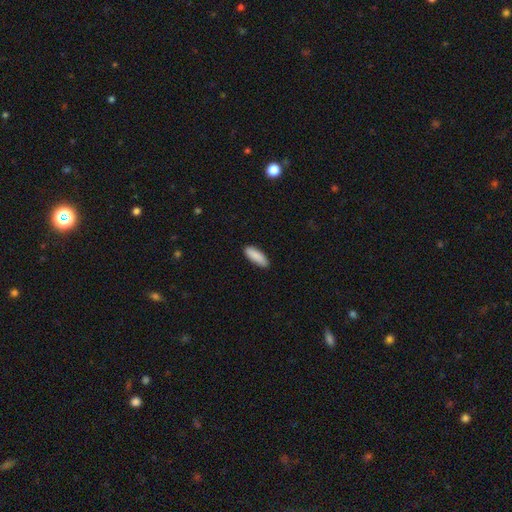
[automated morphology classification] Q: Smooth or featured?
A: smooth (90%); runner-up: star or artifact (6%)
Q: How rounded?
A: in between (61%); runner-up: cigar-shaped (38%)
Q: Merging?
A: none (88%); runner-up: minor disturbance (9%)